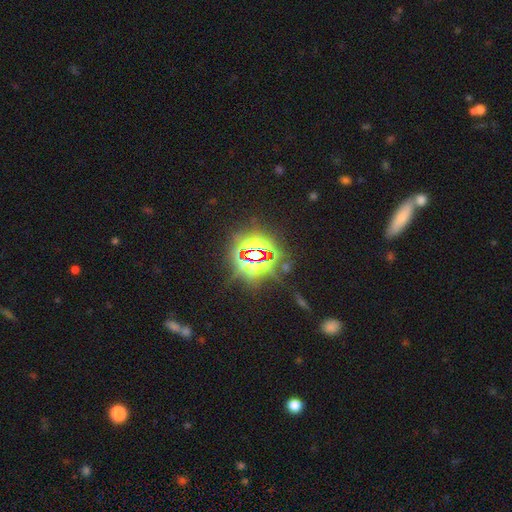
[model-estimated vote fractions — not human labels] Morphology: type=star or artifact (83%).